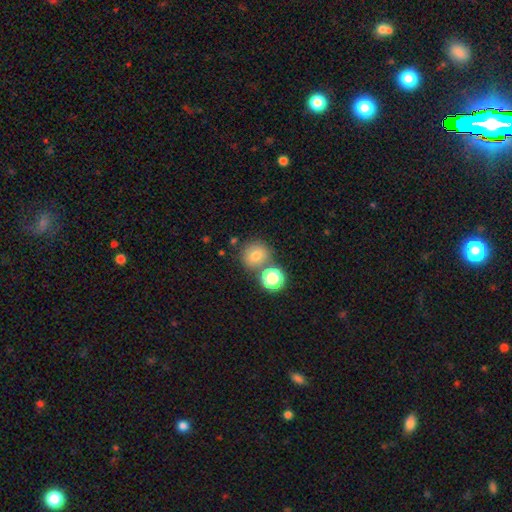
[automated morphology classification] Q: Smooth or featured?
A: smooth (76%); runner-up: star or artifact (14%)
Q: How rounded?
A: round (86%); runner-up: in between (13%)
Q: Merging?
A: none (65%); runner-up: merger (21%)